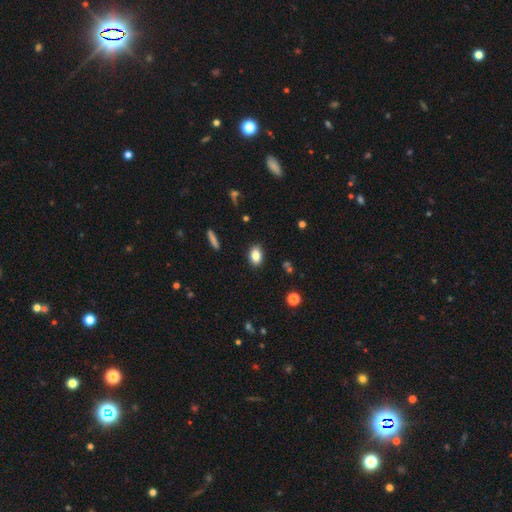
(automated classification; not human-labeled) The model was most divided on "how rounded": in between: 82%, round: 15%, cigar-shaped: 2%. More confident: merging — none (88%); smooth or featured — smooth (83%).